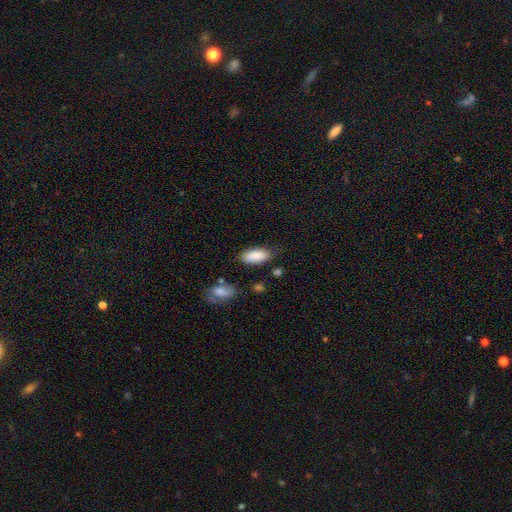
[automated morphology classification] Smooth or featured? Predicted: smooth (p=0.87). How rounded? Predicted: in between (p=0.88). Merging? Predicted: none (p=0.61).